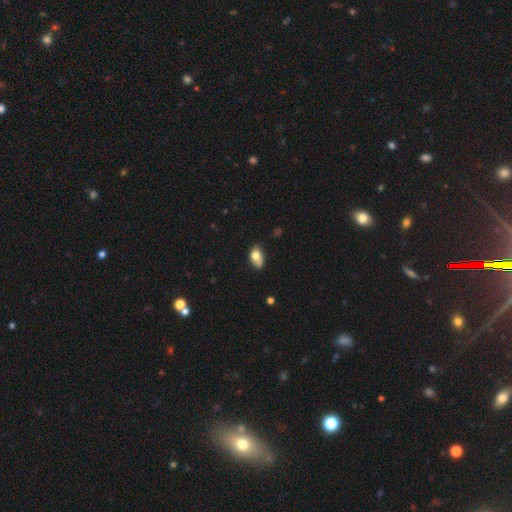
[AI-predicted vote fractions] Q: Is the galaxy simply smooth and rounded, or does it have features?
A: smooth — 72%.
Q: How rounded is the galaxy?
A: in between — 84%.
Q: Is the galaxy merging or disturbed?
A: none — 41%.